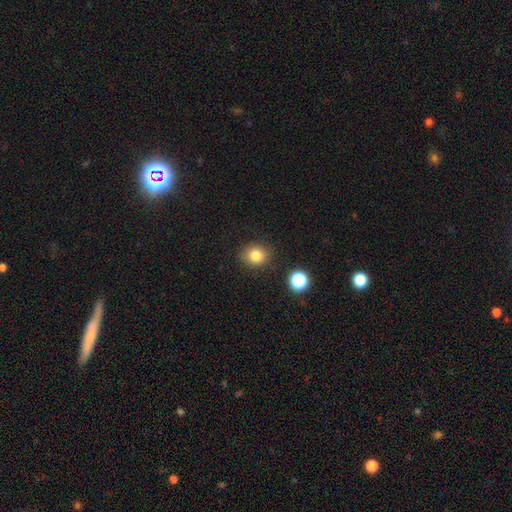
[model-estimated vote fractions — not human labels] Smooth or featured? smooth (81%)
How rounded? round (79%)
Merging? none (85%)